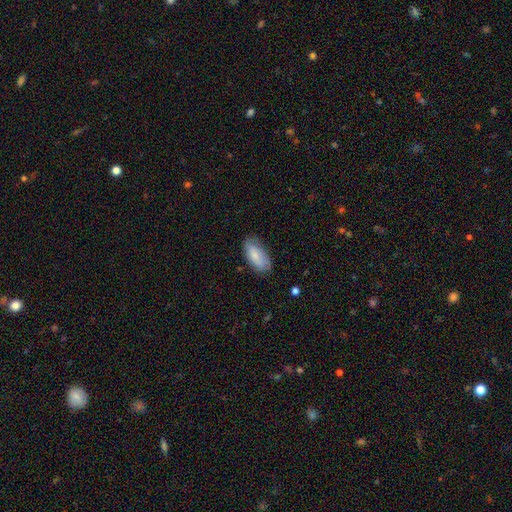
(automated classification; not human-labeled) Smooth or featured?
  - smooth: 80% *
  - featured or disk: 14%
  - star or artifact: 6%
How rounded?
  - in between: 90% *
  - cigar-shaped: 8%
  - round: 2%
Merging?
  - none: 73% *
  - minor disturbance: 22%
  - major disturbance: 4%
  - merger: 1%